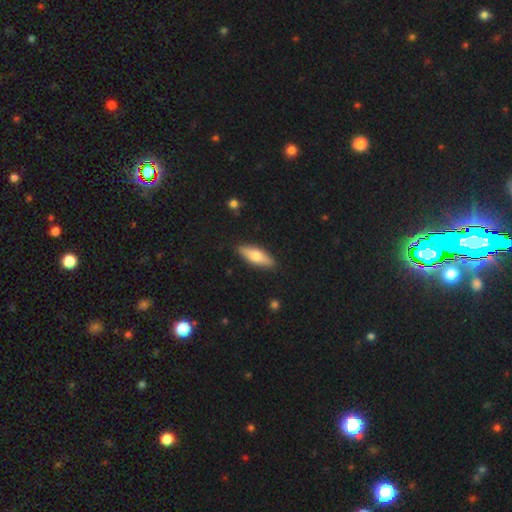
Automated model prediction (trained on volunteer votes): Smooth or featured? Predicted: smooth (p=0.64). How rounded? Predicted: in between (p=0.55). Merging? Predicted: none (p=0.88).